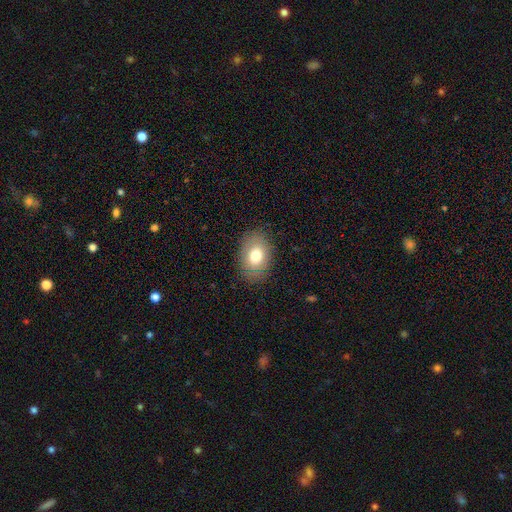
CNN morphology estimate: type=smooth (75%); roundness=in between (81%); merging=none (85%).